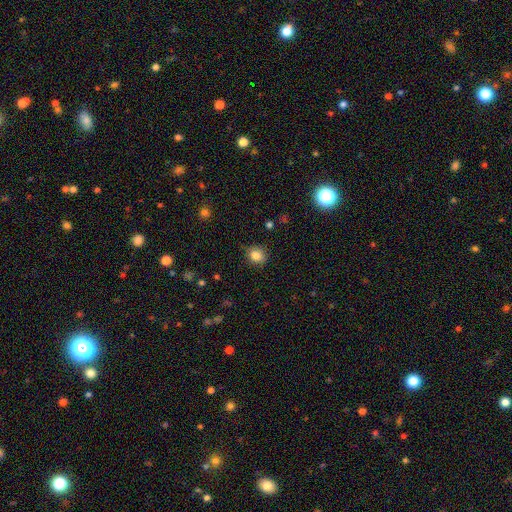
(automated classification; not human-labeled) Overall: smooth (83%). How rounded: round (79%). Merging: none (83%).